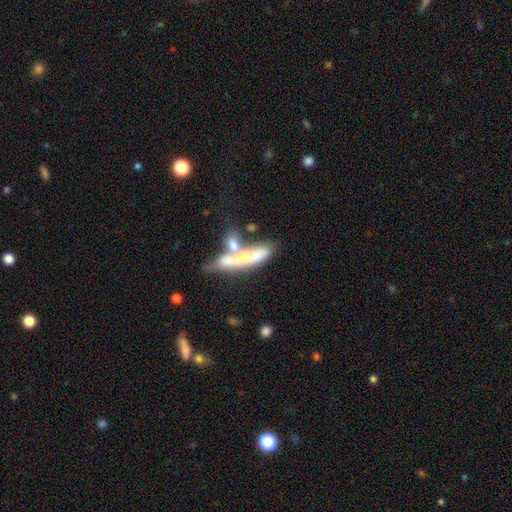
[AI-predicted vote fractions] A smooth galaxy with no disk features (55%) that is cigar-shaped (62%).

Vote fractions:
- Smooth or featured? smooth: 55% / featured or disk: 36% / star or artifact: 9%
- How rounded? cigar-shaped: 62% / in between: 34% / round: 4%
- Merging? merger: 55% / none: 21% / major disturbance: 13% / minor disturbance: 12%